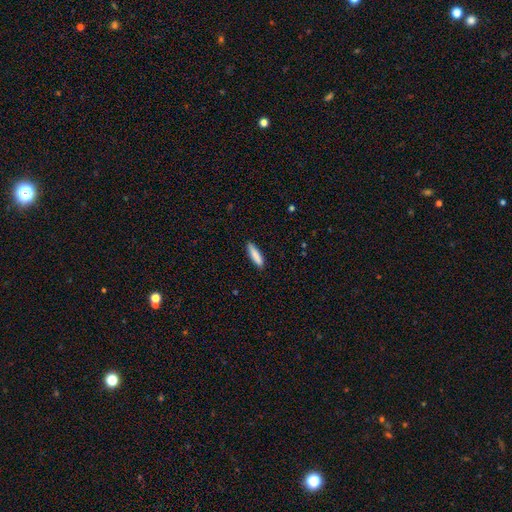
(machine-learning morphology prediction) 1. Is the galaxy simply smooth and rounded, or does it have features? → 86% smooth, 8% featured or disk, 6% star or artifact.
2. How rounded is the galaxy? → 75% cigar-shaped, 24% in between, 1% round.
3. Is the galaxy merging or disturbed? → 88% none, 9% minor disturbance, 2% major disturbance, 1% merger.